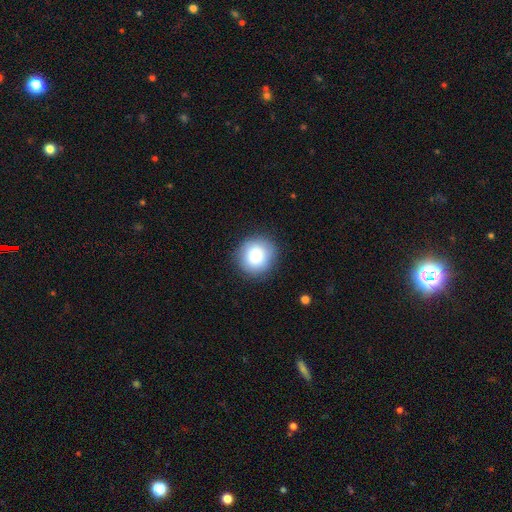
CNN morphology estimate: Smooth or featured? Predicted: smooth (p=0.86). How rounded? Predicted: round (p=0.93). Merging? Predicted: none (p=0.89).